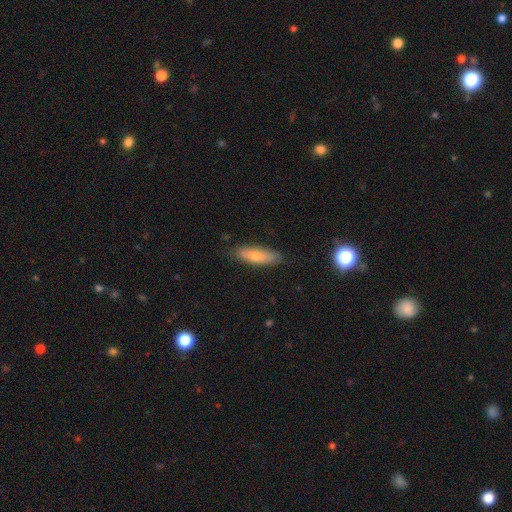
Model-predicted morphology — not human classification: A smooth galaxy with no disk features (67%) that is cigar-shaped (62%).

Vote fractions:
- Smooth or featured? smooth: 67% / featured or disk: 26% / star or artifact: 8%
- How rounded? cigar-shaped: 62% / in between: 36% / round: 2%
- Merging? none: 83% / minor disturbance: 13% / major disturbance: 2% / merger: 1%